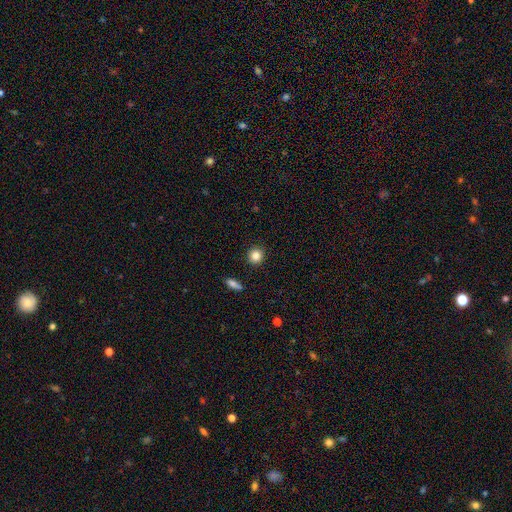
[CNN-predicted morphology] This is clearly a smooth galaxy (85%). How rounded: clearly round (91%). Merging: clearly none (91%).